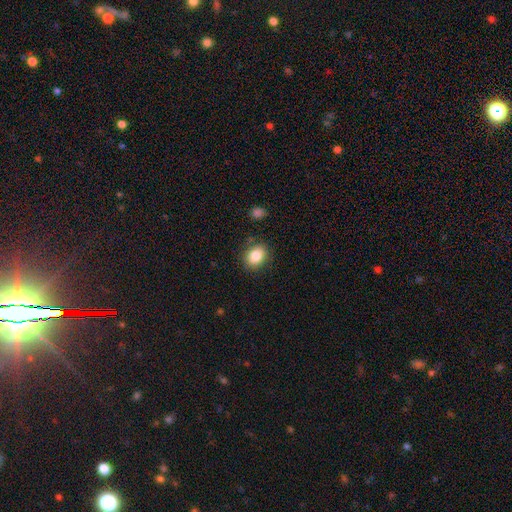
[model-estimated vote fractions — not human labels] Smooth or featured? Predicted: smooth (p=0.83). How rounded? Predicted: in between (p=0.51). Merging? Predicted: none (p=0.83).